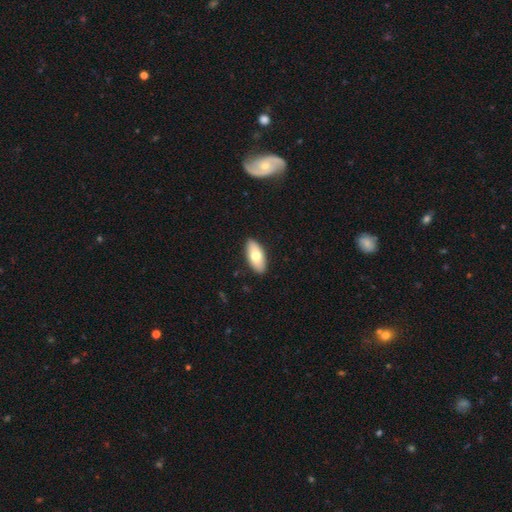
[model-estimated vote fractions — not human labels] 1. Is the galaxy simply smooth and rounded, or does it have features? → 73% smooth, 21% featured or disk, 6% star or artifact.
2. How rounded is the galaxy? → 88% in between, 9% cigar-shaped, 2% round.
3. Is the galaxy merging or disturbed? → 89% none, 8% minor disturbance, 2% major disturbance, 1% merger.